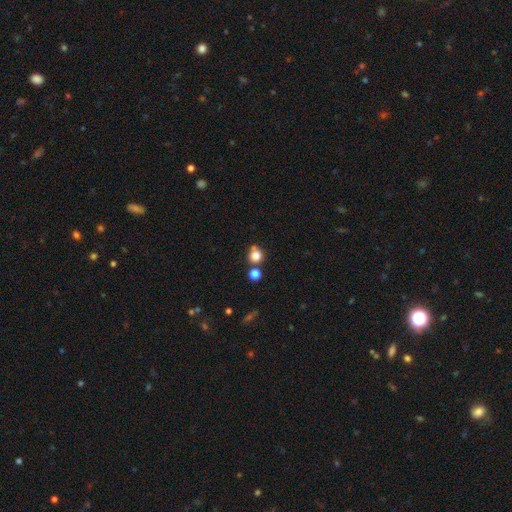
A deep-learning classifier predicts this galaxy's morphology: Overall: smooth (80%). How rounded: round (82%). Merging: none (61%).